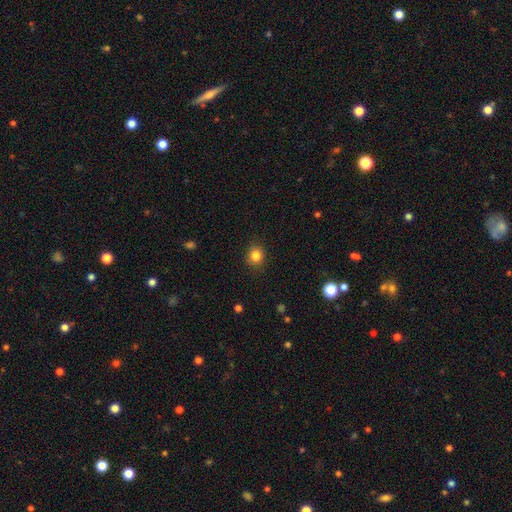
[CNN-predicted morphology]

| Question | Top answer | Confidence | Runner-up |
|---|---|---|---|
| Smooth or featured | smooth | 84% | star or artifact (11%) |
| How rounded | round | 78% | in between (21%) |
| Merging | none | 87% | minor disturbance (9%) |